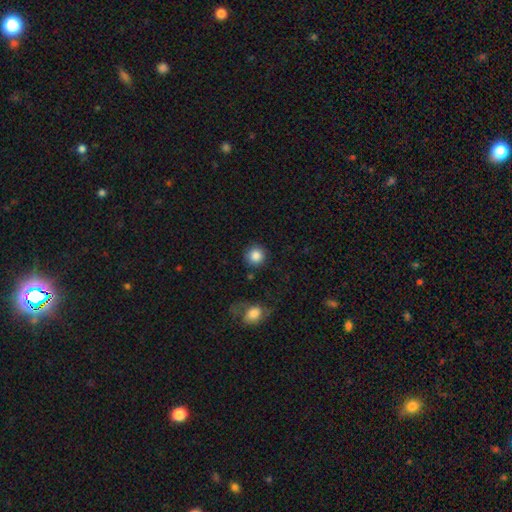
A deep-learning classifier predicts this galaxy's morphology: smooth-or-featured: smooth: 86% | star or artifact: 9% | featured or disk: 5%
  how-rounded: round: 93% | in between: 6% | cigar-shaped: 1%
  merging: none: 85% | minor disturbance: 8% | major disturbance: 3% | merger: 3%